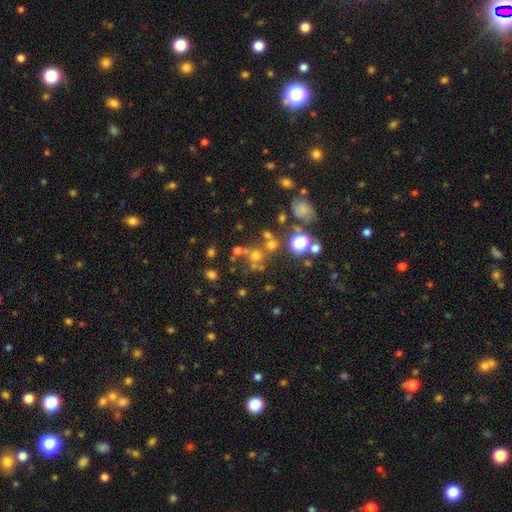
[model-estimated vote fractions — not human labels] Smooth or featured? Predicted: smooth (p=0.47). Merging? Predicted: none (p=0.56).